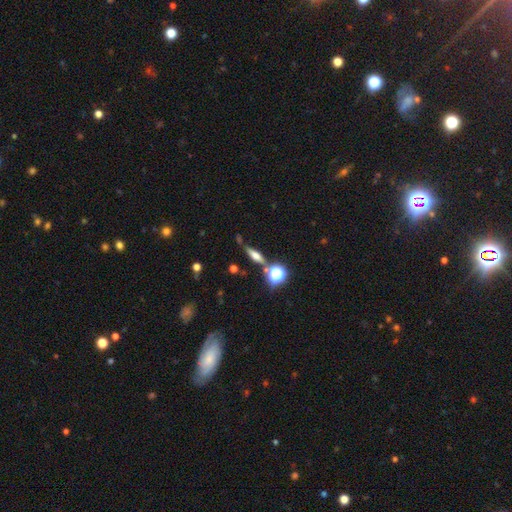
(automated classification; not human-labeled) Smooth or featured: featured or disk — 45% (smooth — 40%)
Merging: none — 75% (minor disturbance — 11%)